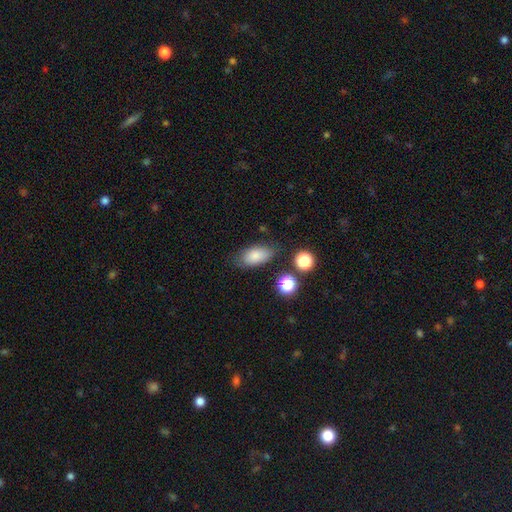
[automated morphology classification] smooth_or_featured: smooth (p=0.82) [alt: featured or disk p=0.09]
how_rounded: in between (p=0.89) [alt: round p=0.06]
merging: none (p=0.73) [alt: minor disturbance p=0.18]